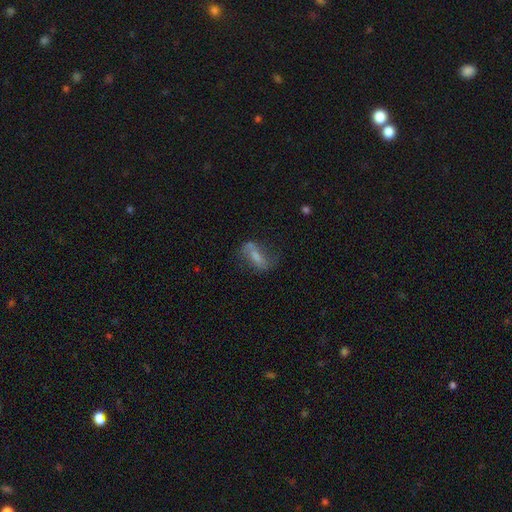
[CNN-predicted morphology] type=featured or disk (46%); merging=none (49%).